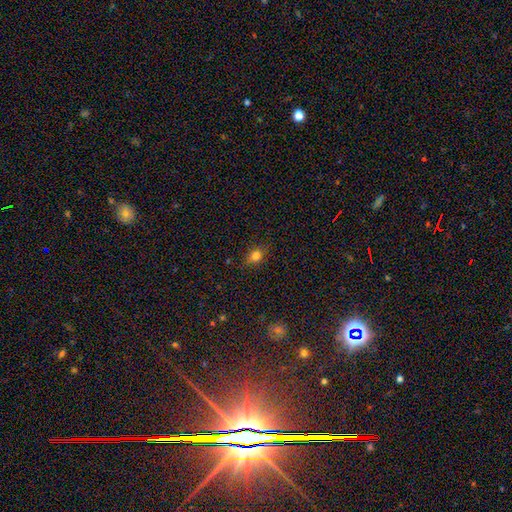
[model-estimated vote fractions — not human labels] This appears to be a smooth galaxy with no disk features (80%) that is in between round and cigar-shaped (61%). Merging: none (83%).